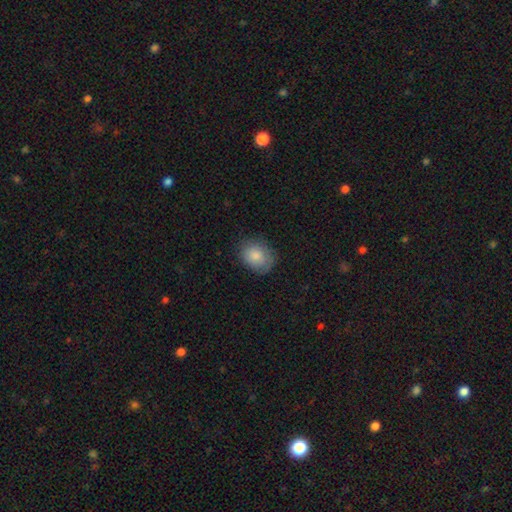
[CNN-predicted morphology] This is clearly a smooth galaxy (84%). How rounded: possibly in between (55%). Merging: likely none (77%).